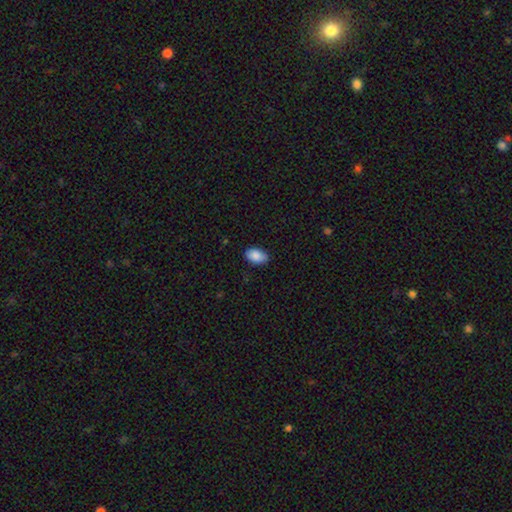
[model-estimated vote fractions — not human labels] A smooth galaxy with no disk features (88%) that is in between round and cigar-shaped (92%).

Vote fractions:
- Smooth or featured? smooth: 88% / star or artifact: 7% / featured or disk: 5%
- How rounded? in between: 92% / round: 6% / cigar-shaped: 1%
- Merging? none: 81% / minor disturbance: 15% / major disturbance: 2% / merger: 1%